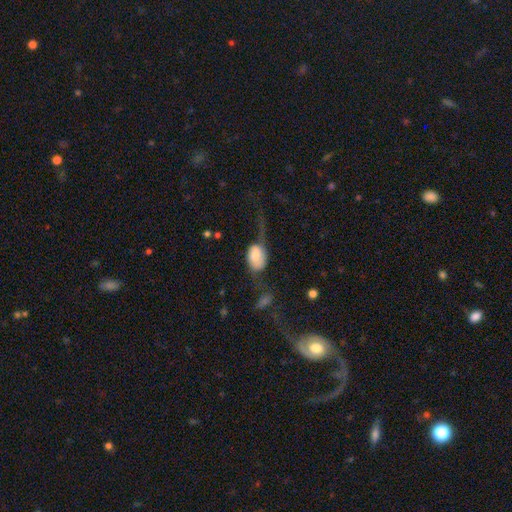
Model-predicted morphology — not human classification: A smooth galaxy with no disk features (66%) that is in between round and cigar-shaped (80%). Merging: major disturbance (51%).